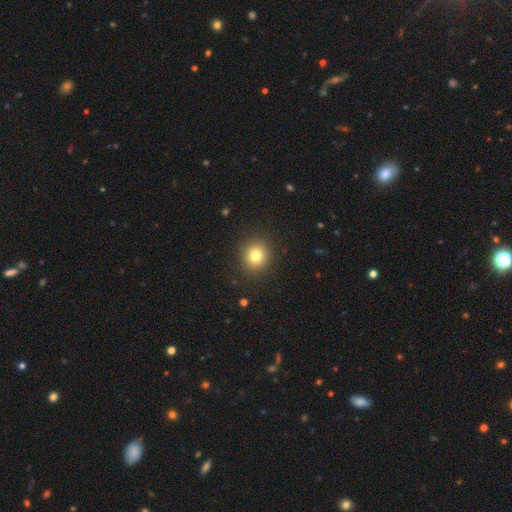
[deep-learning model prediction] Smooth or featured? Predicted: smooth (p=0.78). How rounded? Predicted: round (p=0.87). Merging? Predicted: none (p=0.90).